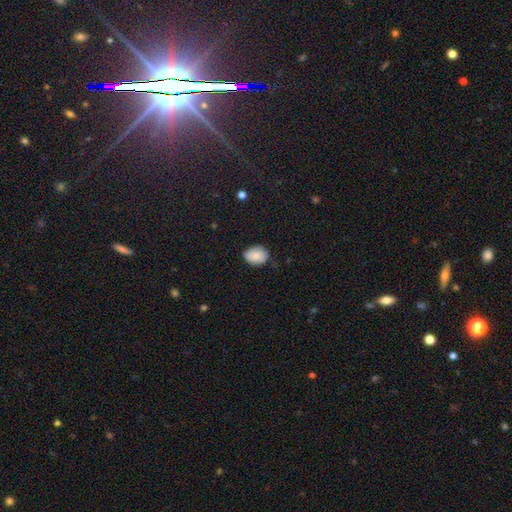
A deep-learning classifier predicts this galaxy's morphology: Overall: smooth (81%). How rounded: in between (58%; round 41%). Merging: none (69%).